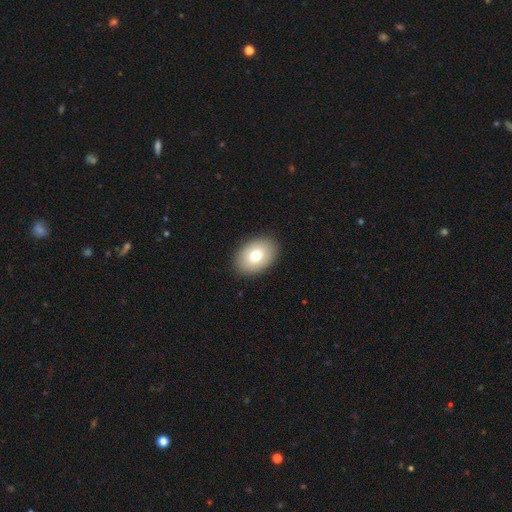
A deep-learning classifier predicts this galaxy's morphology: A smooth galaxy with no disk features (77%) that is in between round and cigar-shaped (84%). Merging: none (90%).